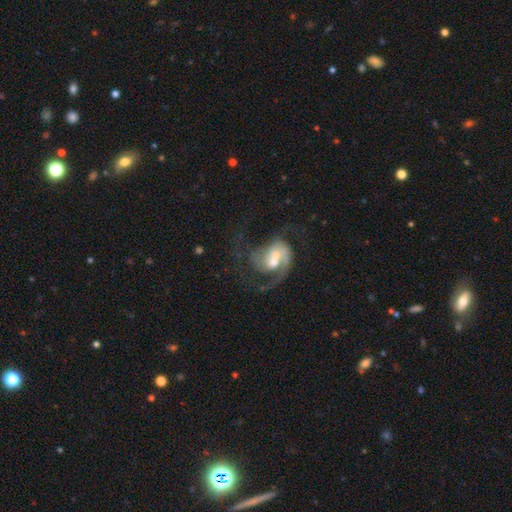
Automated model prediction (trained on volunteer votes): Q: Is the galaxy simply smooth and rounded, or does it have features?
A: featured or disk — 79%.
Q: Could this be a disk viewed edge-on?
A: no — 98%.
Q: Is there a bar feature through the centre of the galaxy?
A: weak — 42%.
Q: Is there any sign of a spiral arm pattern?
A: yes — 93%.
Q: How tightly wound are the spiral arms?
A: medium — 52%.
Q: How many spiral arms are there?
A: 2 — 69%.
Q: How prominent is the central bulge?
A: moderate — 46%.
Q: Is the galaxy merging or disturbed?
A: none — 59%.